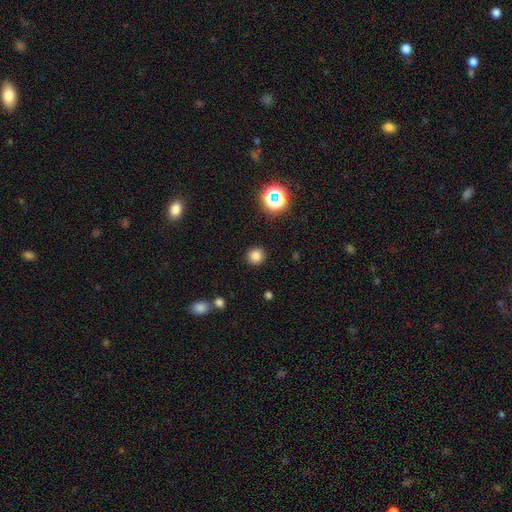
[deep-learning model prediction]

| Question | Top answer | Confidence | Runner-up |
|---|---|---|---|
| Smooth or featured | smooth | 80% | star or artifact (15%) |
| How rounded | round | 93% | in between (6%) |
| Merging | none | 90% | minor disturbance (6%) |